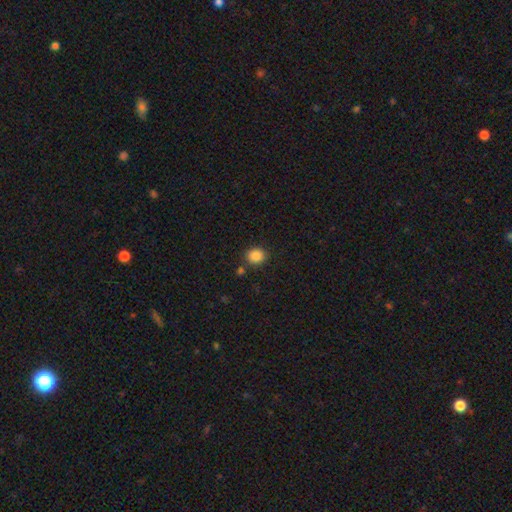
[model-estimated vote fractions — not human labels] This appears to be a smooth galaxy with no disk features (86%) that is round (77%). Merging: none (83%).